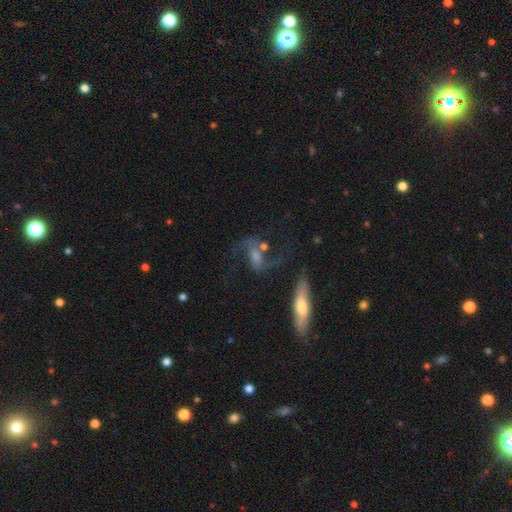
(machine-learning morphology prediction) smooth_or_featured: featured or disk (p=0.74) [alt: smooth p=0.14]
disk_edge_on: no (p=0.88) [alt: yes p=0.12]
bar: weak (p=0.42) [alt: no p=0.38]
has_spiral_arms: yes (p=0.90) [alt: no p=0.10]
spiral_winding: loose (p=0.59) [alt: medium p=0.33]
spiral_arm_count: 2 (p=0.89) [alt: can't tell p=0.04]
bulge_size: moderate (p=0.36) [alt: small p=0.33]
merging: none (p=0.58) [alt: minor disturbance p=0.16]